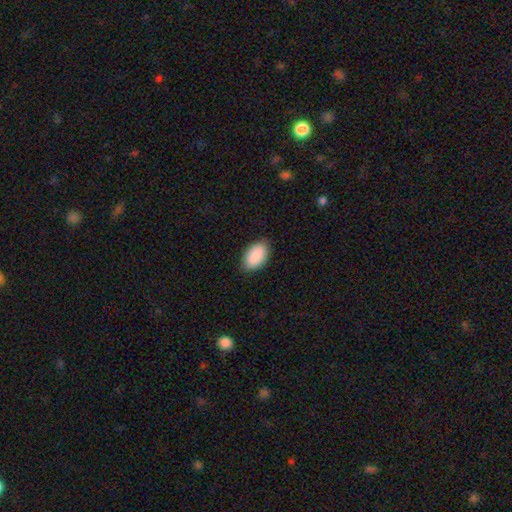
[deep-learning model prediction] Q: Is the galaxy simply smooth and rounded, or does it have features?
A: smooth — 91%.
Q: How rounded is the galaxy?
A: in between — 95%.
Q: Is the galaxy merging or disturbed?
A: none — 85%.